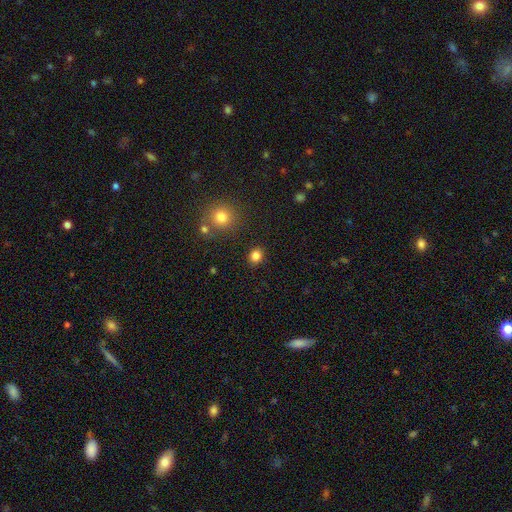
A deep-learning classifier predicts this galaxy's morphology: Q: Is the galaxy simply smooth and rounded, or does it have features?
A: smooth — 83%.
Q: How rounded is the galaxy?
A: round — 71%.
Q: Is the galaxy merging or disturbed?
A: none — 87%.